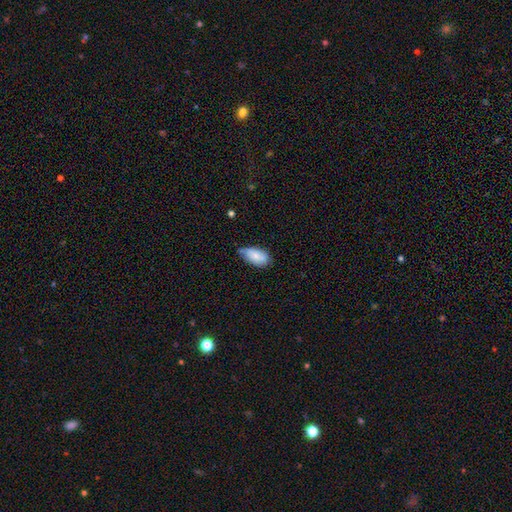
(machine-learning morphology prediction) This is likely a smooth galaxy (76%). How rounded: clearly in between (93%). Merging: possibly none (51%).